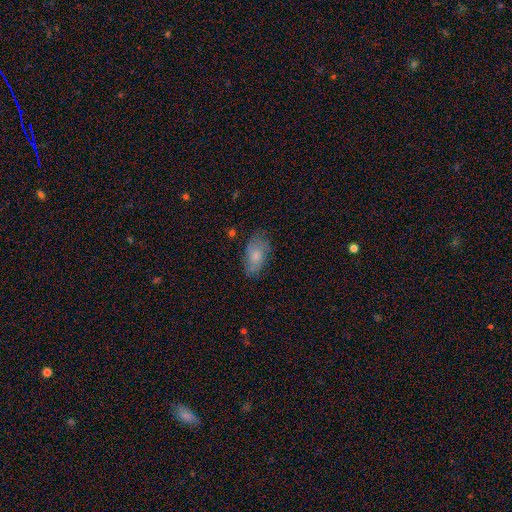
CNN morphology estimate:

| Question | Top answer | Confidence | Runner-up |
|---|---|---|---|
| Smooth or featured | smooth | 68% | featured or disk (25%) |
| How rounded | in between | 91% | round (7%) |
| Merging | none | 69% | minor disturbance (23%) |